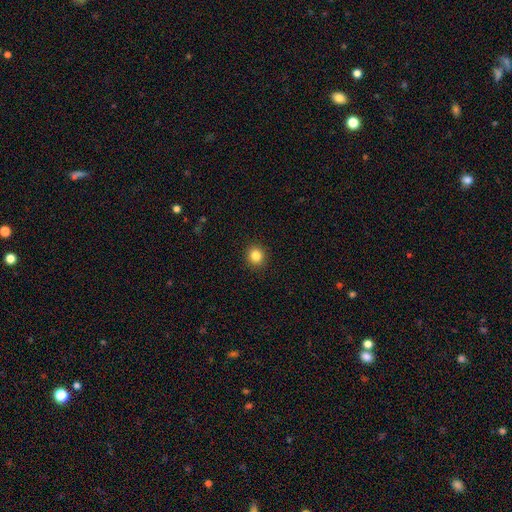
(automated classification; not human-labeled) A smooth galaxy with no disk features (83%) that is round (90%). Merging: none (92%).